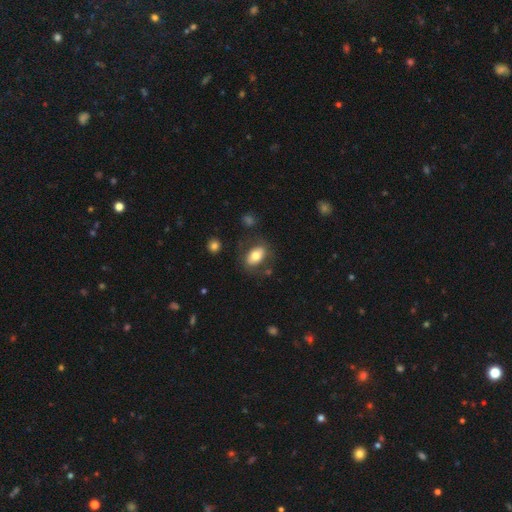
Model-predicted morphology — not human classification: A smooth galaxy with no disk features (72%) that is in between round and cigar-shaped (87%). Merging: none (76%).